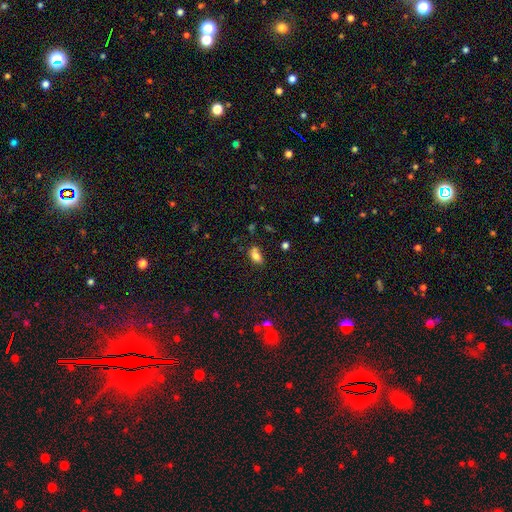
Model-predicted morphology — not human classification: smooth-or-featured: smooth: 78% | star or artifact: 11% | featured or disk: 11%
  how-rounded: in between: 84% | round: 12% | cigar-shaped: 4%
  merging: none: 50% | minor disturbance: 24% | merger: 19% | major disturbance: 8%